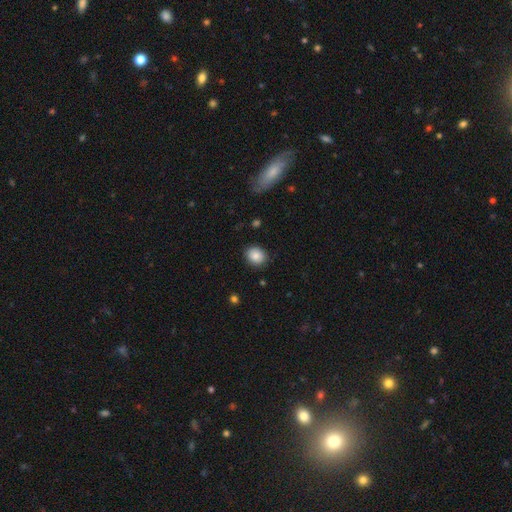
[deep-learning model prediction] Overall: smooth (85%). How rounded: round (68%; in between 31%). Merging: none (86%).